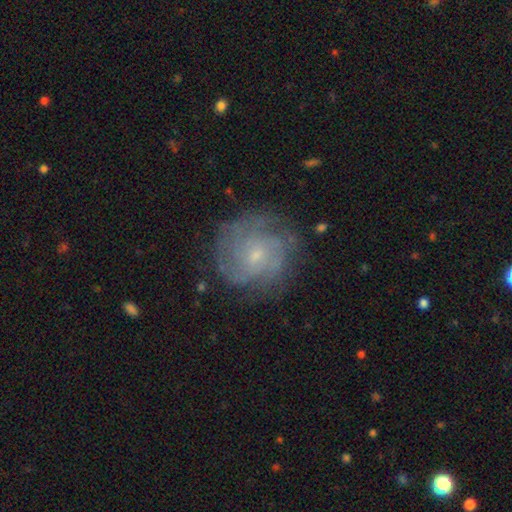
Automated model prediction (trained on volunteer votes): featured or disk 74%, smooth 18%, star or artifact 7%. Down the decision tree: edge-on disk — no (98%); bar — no (64%); spiral arms — yes (91%); spiral arm count — can't tell (40%); spiral winding — tight (59%); bulge size — small (69%); merging — none (75%).